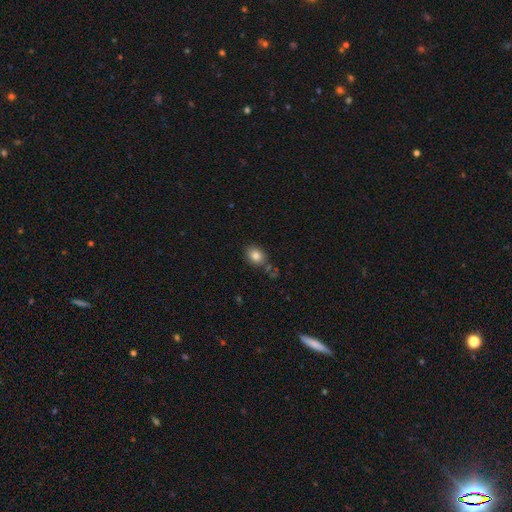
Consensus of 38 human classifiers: This appears to be a smooth galaxy with no disk features (92%) that is in between round and cigar-shaped (63%). Merging: none (84%).